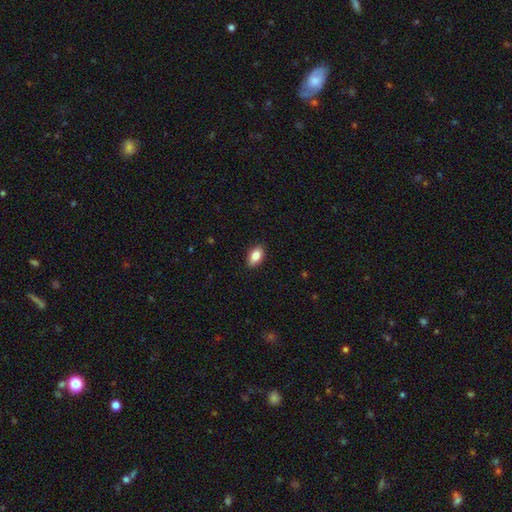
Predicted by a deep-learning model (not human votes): Smooth or featured?
  - smooth: 84% *
  - featured or disk: 9%
  - star or artifact: 7%
How rounded?
  - in between: 90% *
  - round: 7%
  - cigar-shaped: 3%
Merging?
  - none: 88% *
  - minor disturbance: 9%
  - major disturbance: 2%
  - merger: 1%